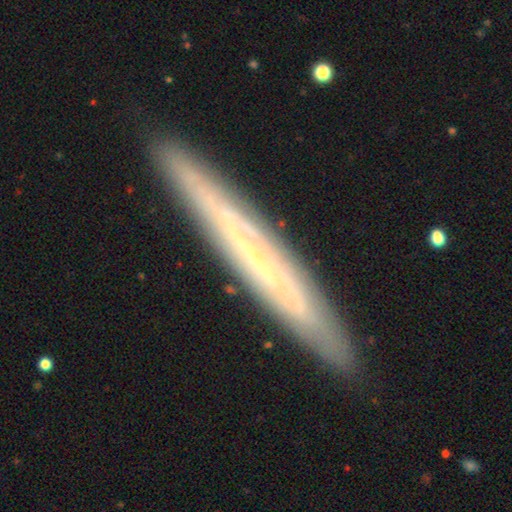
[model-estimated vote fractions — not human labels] Overall: featured or disk (67%). Edge-on disk: yes (85%). Edge-on bulge: none (83%). Merging: none (88%).